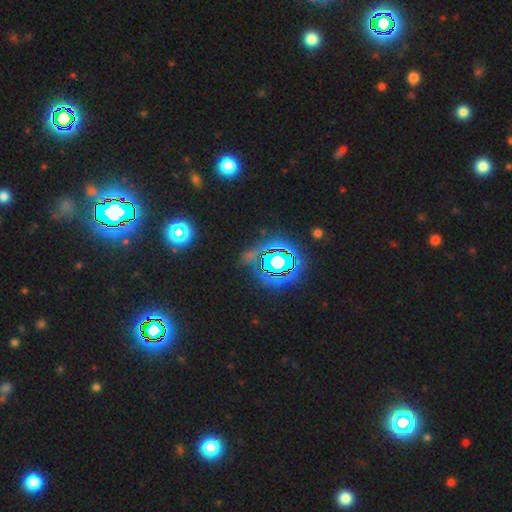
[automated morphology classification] A star or artifact, not a galaxy (75%).

Vote fractions:
- Smooth or featured? star or artifact: 75% / smooth: 13% / featured or disk: 12%